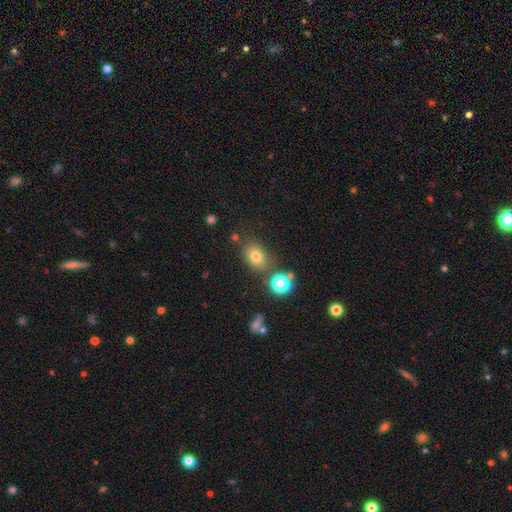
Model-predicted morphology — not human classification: Smooth or featured? Predicted: smooth (p=0.74). How rounded? Predicted: in between (p=0.61). Merging? Predicted: none (p=0.72).